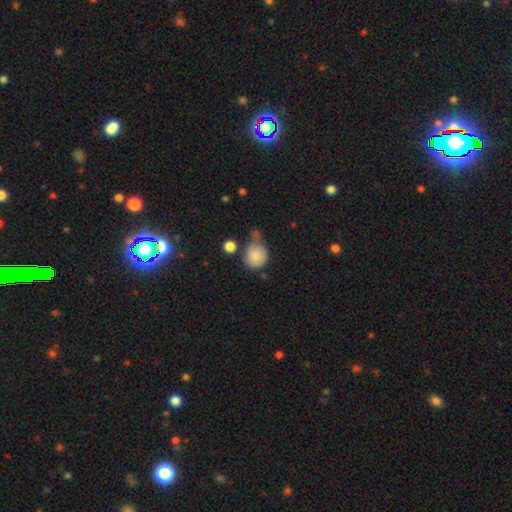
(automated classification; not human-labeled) Smooth or featured? Predicted: smooth (p=0.82). How rounded? Predicted: round (p=0.80). Merging? Predicted: none (p=0.43).